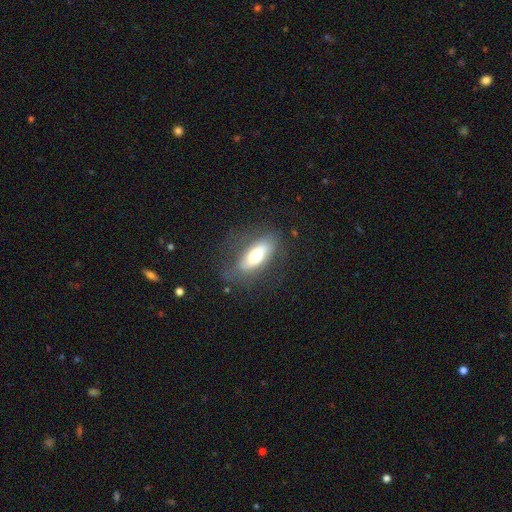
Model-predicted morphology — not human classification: Q: Smooth or featured?
A: smooth (56%); runner-up: featured or disk (37%)
Q: How rounded?
A: in between (76%); runner-up: cigar-shaped (21%)
Q: Merging?
A: none (70%); runner-up: minor disturbance (19%)